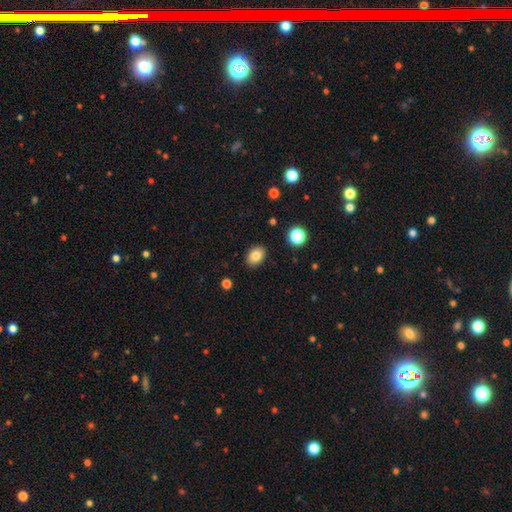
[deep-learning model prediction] Overall: smooth (83%). How rounded: in between (79%). Merging: none (89%).